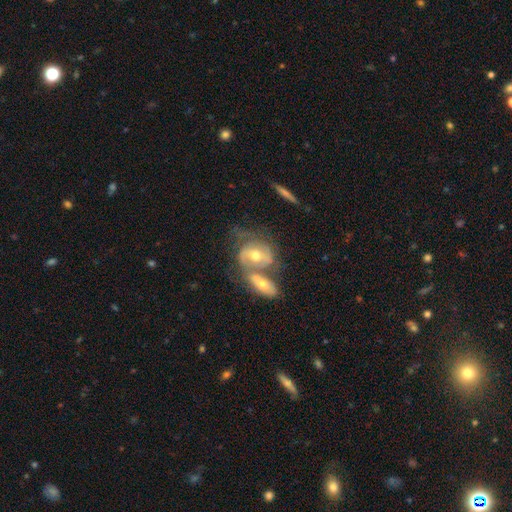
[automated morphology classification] Smooth or featured: featured or disk — 76% (smooth — 18%)
Edge-on disk: no — 95% (yes — 5%)
Bar: no — 50% (weak — 36%)
Spiral arms: yes — 88% (no — 12%)
Spiral winding: medium — 43% (tight — 42%)
Spiral arm count: 2 — 62% (can't tell — 22%)
Bulge size: moderate — 69% (small — 25%)
Merging: merger — 56% (none — 25%)